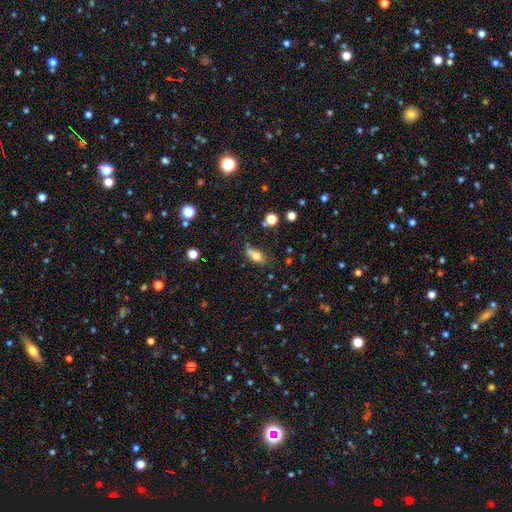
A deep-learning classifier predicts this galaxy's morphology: smooth_or_featured: smooth (p=0.75) [alt: featured or disk p=0.14]
how_rounded: in between (p=0.80) [alt: round p=0.11]
merging: none (p=0.50) [alt: minor disturbance p=0.23]